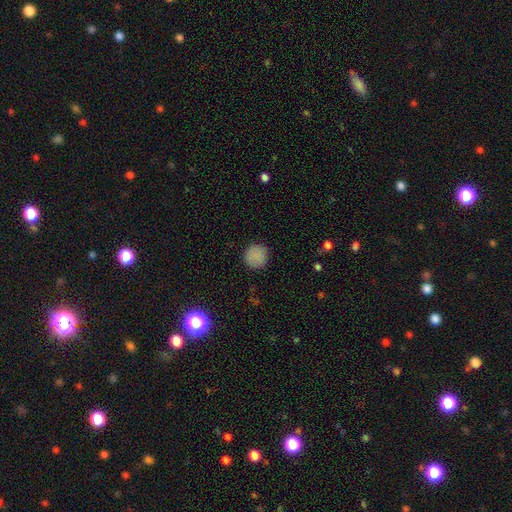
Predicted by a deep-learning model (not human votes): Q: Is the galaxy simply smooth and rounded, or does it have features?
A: smooth — 86%.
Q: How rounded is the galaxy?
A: round — 92%.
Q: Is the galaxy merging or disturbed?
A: none — 89%.